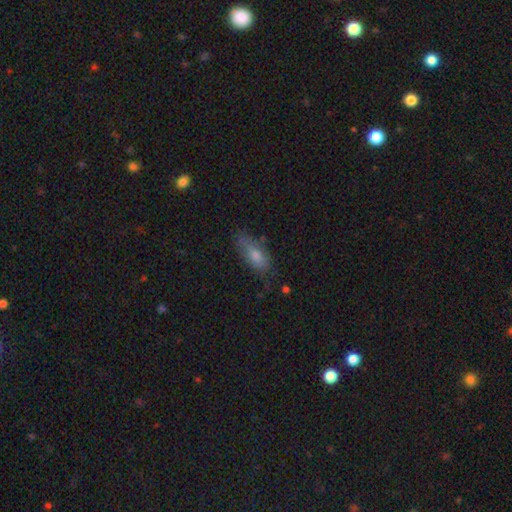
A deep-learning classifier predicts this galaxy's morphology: smooth 70%, featured or disk 21%, star or artifact 9%. Down the decision tree: how rounded — in between (76%); merging — none (62%).